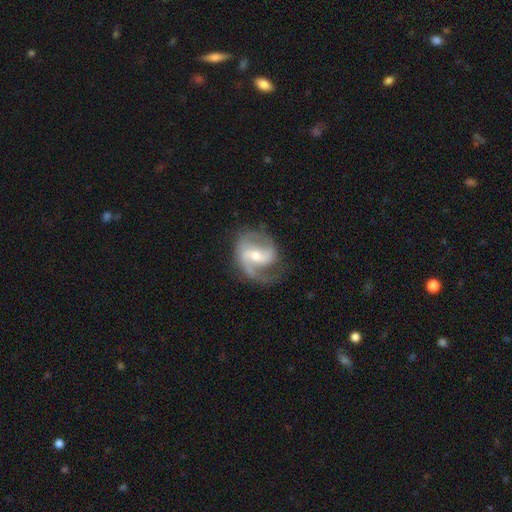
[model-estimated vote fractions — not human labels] This is clearly a featured or disk galaxy (85%). It is clearly not viewed edge-on (97%). Bar: possibly weak (47%). Spiral arm pattern: clearly yes (95%). Spiral arm count: likely 2 (70%). Spiral winding: possibly medium (51%). Central bulge: possibly moderate (54%). Merging: likely none (61%).